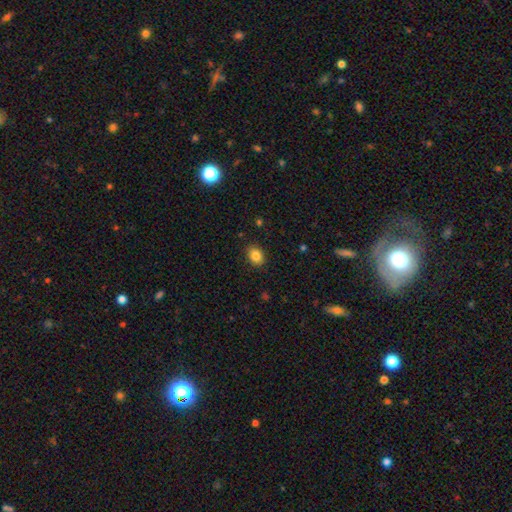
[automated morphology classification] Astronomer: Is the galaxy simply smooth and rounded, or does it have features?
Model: smooth — 85%.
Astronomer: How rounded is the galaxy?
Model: in between — 67%.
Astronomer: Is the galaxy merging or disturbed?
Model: none — 87%.